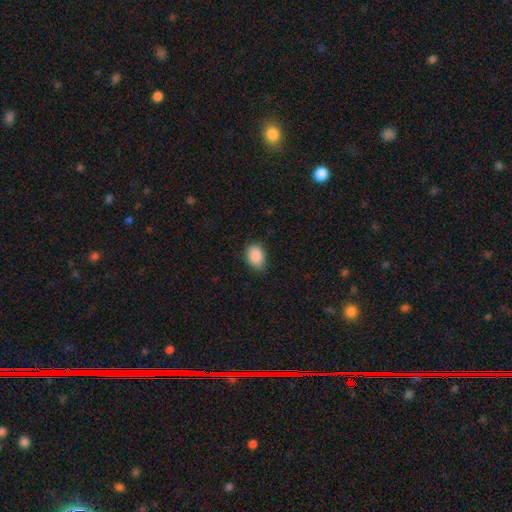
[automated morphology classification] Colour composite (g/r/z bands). It shows a smooth galaxy with no disk features (89%) that is in between round and cigar-shaped (80%). Merging: none (78%).